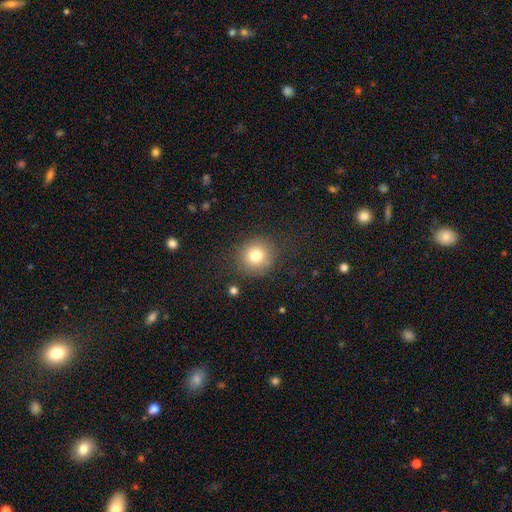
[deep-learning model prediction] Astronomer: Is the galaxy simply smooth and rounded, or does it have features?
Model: smooth — 78%.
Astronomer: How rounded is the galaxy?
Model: round — 89%.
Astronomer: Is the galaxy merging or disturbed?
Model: none — 86%.